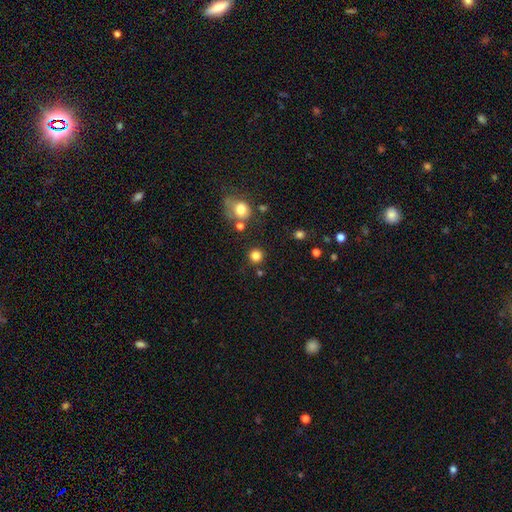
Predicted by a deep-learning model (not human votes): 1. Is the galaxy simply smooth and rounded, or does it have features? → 81% smooth, 14% star or artifact, 5% featured or disk.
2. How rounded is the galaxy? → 93% round, 6% in between, 1% cigar-shaped.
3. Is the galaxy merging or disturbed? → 85% none, 7% minor disturbance, 5% merger, 3% major disturbance.